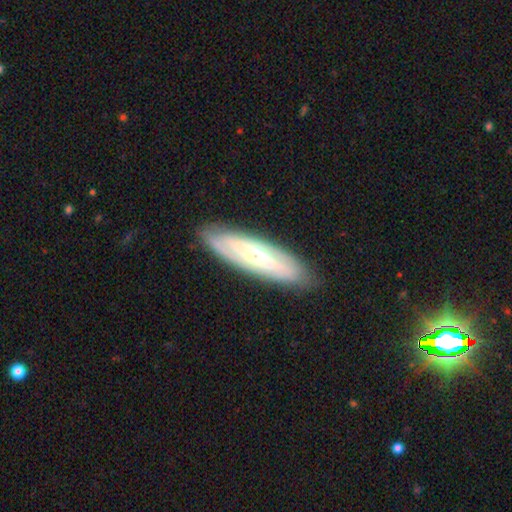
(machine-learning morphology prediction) featured or disk 69%, smooth 25%, star or artifact 6%. Down the decision tree: edge-on disk — no (66%); merging — none (86%).